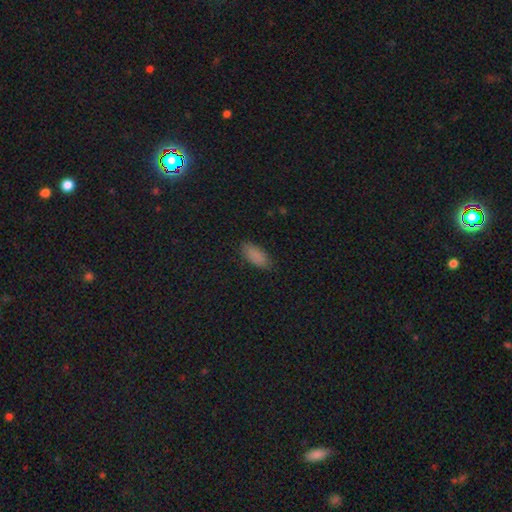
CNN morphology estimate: Q: Smooth or featured?
A: smooth (86%); runner-up: star or artifact (9%)
Q: How rounded?
A: in between (87%); runner-up: cigar-shaped (11%)
Q: Merging?
A: none (84%); runner-up: minor disturbance (13%)